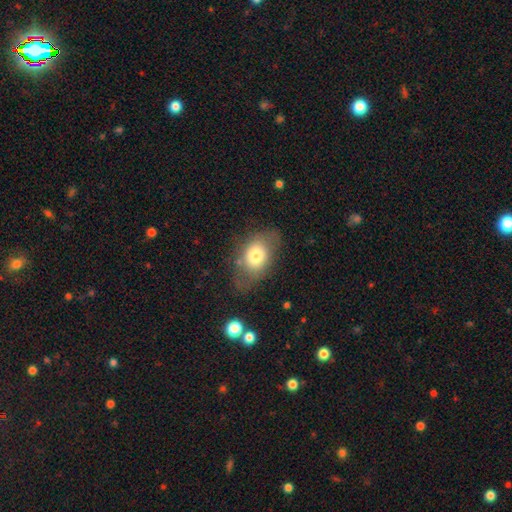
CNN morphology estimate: Q: Smooth or featured?
A: smooth (73%); runner-up: featured or disk (18%)
Q: How rounded?
A: in between (78%); runner-up: round (20%)
Q: Merging?
A: none (62%); runner-up: minor disturbance (23%)